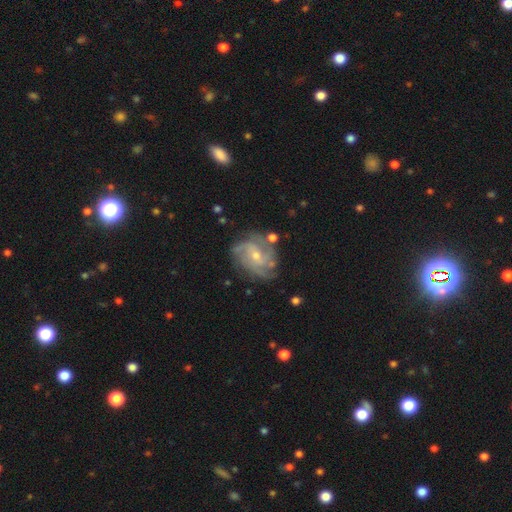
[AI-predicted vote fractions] The model was most divided on "spiral arm count": can't tell: 27%, 4: 24%, 3: 23%, 2: 12%, more than 4: 7%, 1: 6%. Remaining: edge-on disk — no (97%); spiral arms — yes (93%); smooth or featured — featured or disk (83%); merging — none (70%); bulge size — small (64%); bar — no (59%); spiral winding — tight (44%).